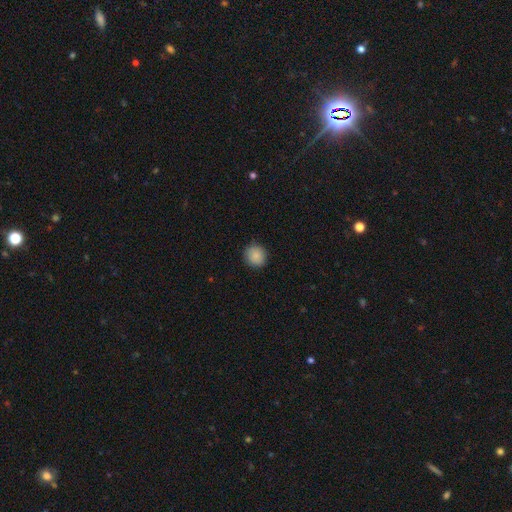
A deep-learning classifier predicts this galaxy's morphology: Smooth or featured? Predicted: smooth (p=0.87). How rounded? Predicted: round (p=0.92). Merging? Predicted: none (p=0.89).